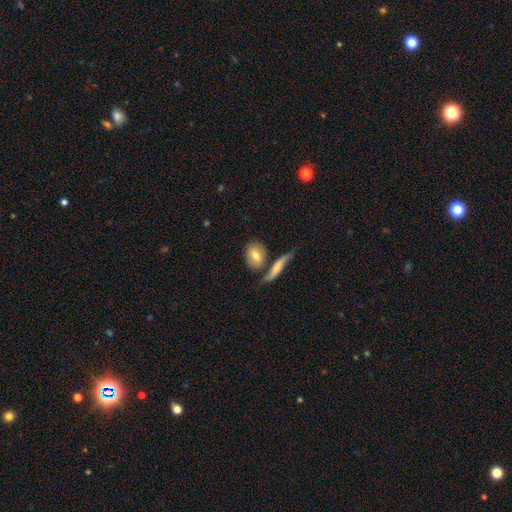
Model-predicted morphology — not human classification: Q: Smooth or featured?
A: smooth (73%); runner-up: featured or disk (21%)
Q: How rounded?
A: in between (70%); runner-up: round (22%)
Q: Merging?
A: none (60%); runner-up: merger (21%)